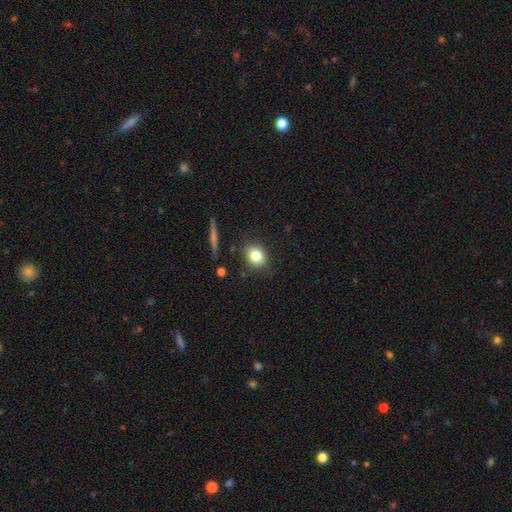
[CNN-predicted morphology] Smooth or featured: smooth — 79% (featured or disk — 11%)
How rounded: in between — 50% (round — 48%)
Merging: none — 85% (minor disturbance — 10%)